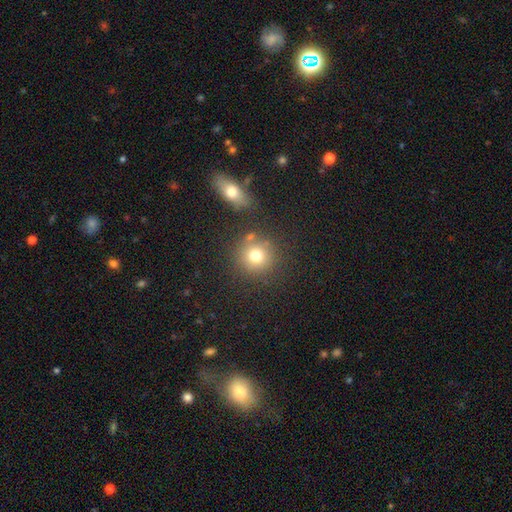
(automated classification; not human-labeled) smooth_or_featured: smooth (p=0.76) [alt: star or artifact p=0.14]
how_rounded: round (p=0.92) [alt: in between p=0.07]
merging: none (p=0.77) [alt: merger p=0.10]